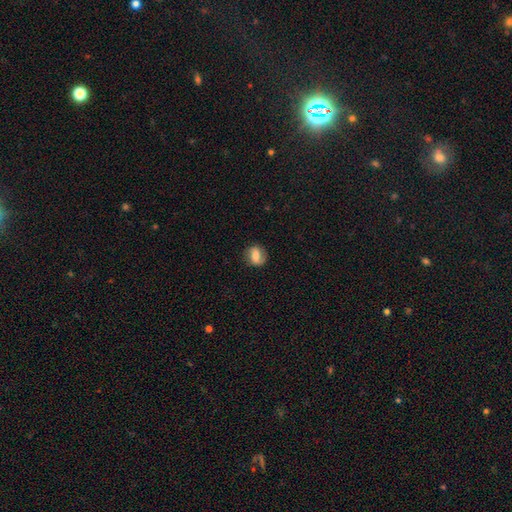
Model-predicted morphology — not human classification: A smooth galaxy with no disk features (62%) that is round (54%). Merging: none (79%).